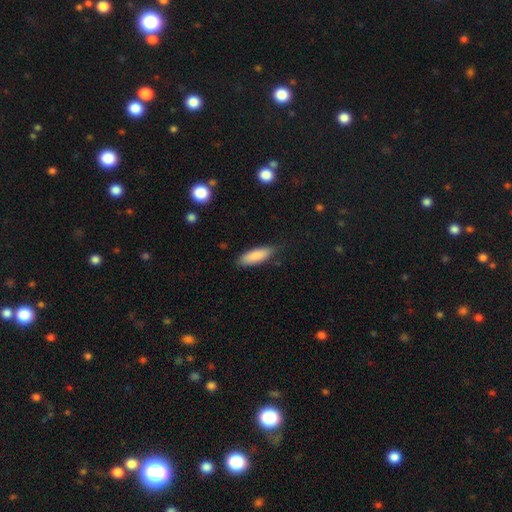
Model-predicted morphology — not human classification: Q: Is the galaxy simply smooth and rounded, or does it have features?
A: smooth — 87%.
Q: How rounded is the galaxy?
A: in between — 58%.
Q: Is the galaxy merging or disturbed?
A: none — 76%.